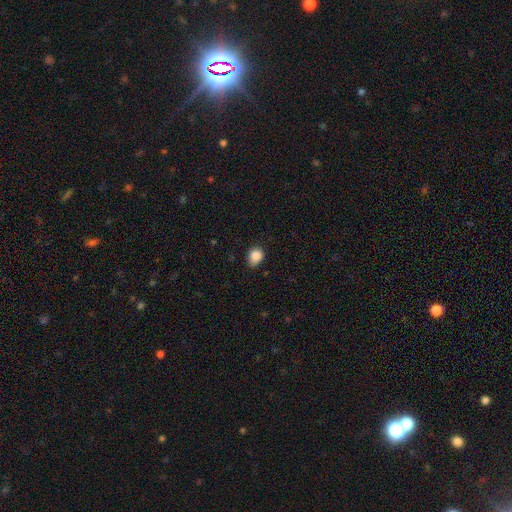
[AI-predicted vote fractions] The model was most divided on "how rounded": round: 52%, in between: 47%, cigar-shaped: 1%. More confident: smooth or featured — smooth (86%); merging — none (64%).